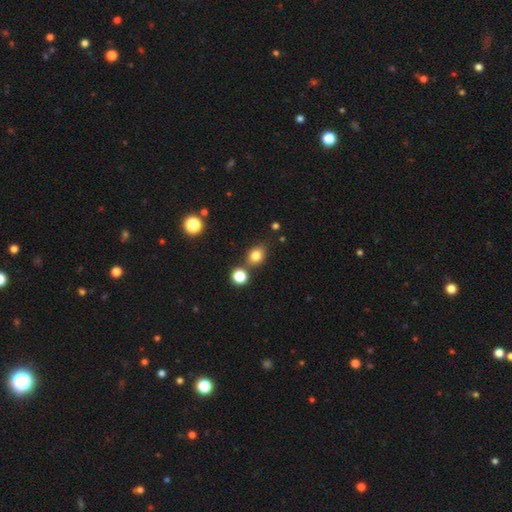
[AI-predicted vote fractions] smooth 80%, star or artifact 13%, featured or disk 7%. Down the decision tree: how rounded — round (56%); merging — none (71%).